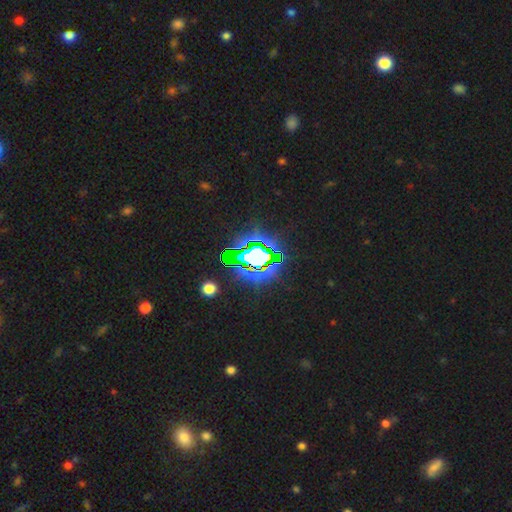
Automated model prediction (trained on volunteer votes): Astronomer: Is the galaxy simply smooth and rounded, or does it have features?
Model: star or artifact — 72%.